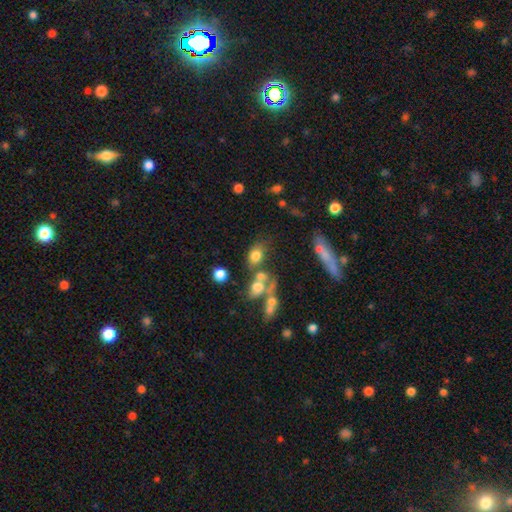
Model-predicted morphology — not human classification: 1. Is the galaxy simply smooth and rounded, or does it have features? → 72% smooth, 15% featured or disk, 13% star or artifact.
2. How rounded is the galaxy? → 72% in between, 25% round, 3% cigar-shaped.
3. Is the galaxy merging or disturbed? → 48% none, 30% merger, 14% minor disturbance, 9% major disturbance.